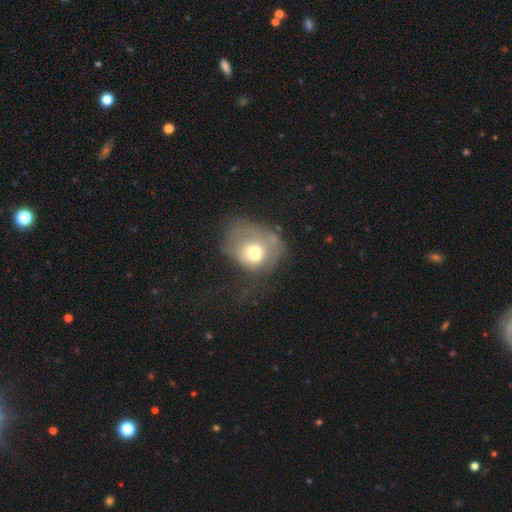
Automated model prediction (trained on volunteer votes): Morphology: type=smooth (58%); roundness=round (55%); merging=major disturbance (46%).